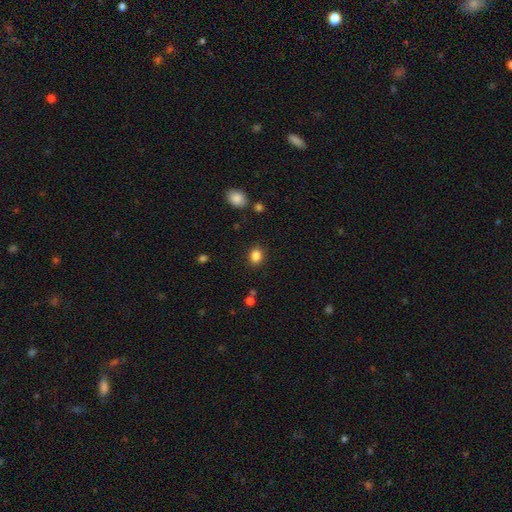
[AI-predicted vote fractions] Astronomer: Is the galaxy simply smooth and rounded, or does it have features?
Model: smooth — 85%.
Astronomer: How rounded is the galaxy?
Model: round — 50% (runner-up: in between, 49%).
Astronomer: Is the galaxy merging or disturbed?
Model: none — 87%.